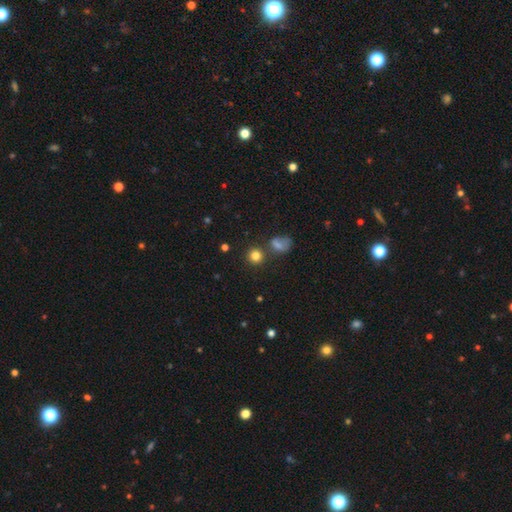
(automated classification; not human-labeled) smooth_or_featured: smooth (p=0.79) [alt: star or artifact p=0.14]
how_rounded: round (p=0.90) [alt: in between p=0.09]
merging: none (p=0.76) [alt: merger p=0.11]